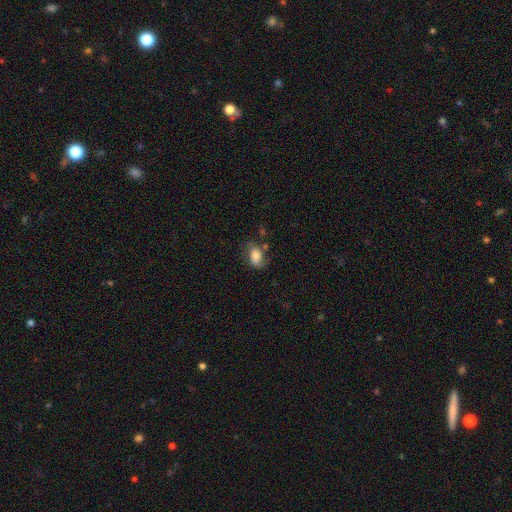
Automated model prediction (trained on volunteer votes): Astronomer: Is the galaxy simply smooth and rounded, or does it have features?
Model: smooth — 70%.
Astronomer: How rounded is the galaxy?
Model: in between — 84%.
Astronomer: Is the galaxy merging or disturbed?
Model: none — 51% (runner-up: minor disturbance, 28%).